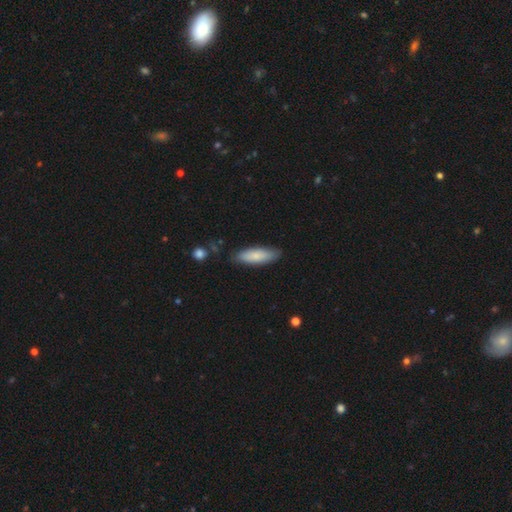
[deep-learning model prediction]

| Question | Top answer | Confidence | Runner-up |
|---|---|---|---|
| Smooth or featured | smooth | 81% | featured or disk (14%) |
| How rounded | in between | 51% | cigar-shaped (47%) |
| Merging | none | 82% | minor disturbance (14%) |